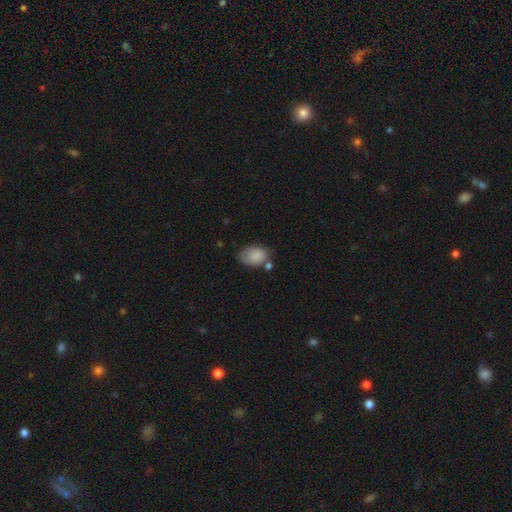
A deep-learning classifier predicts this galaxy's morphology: Overall: smooth (85%). How rounded: in between (82%). Merging: none (54%; minor disturbance 28%).